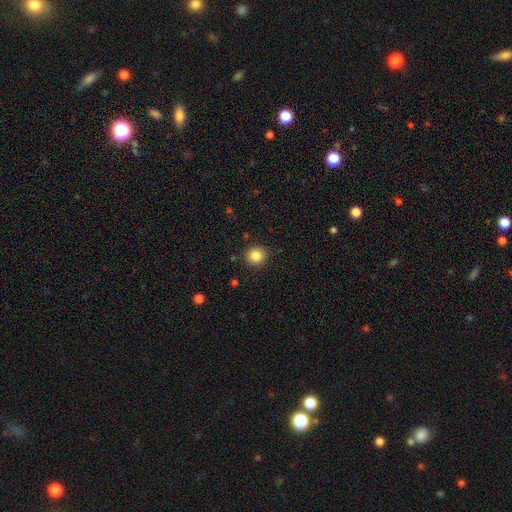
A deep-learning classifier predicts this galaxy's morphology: This appears to be a smooth galaxy with no disk features (84%) that is round (92%). Merging: none (89%).